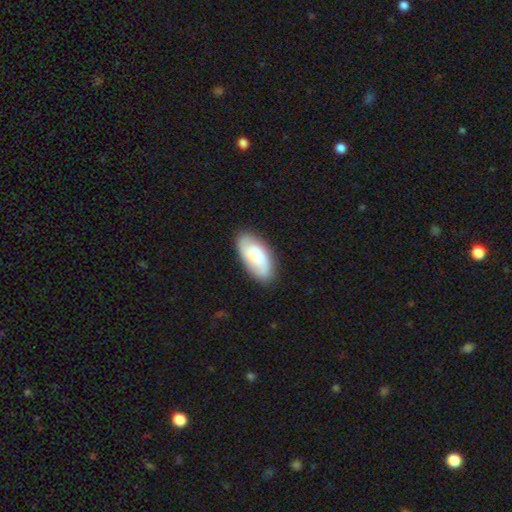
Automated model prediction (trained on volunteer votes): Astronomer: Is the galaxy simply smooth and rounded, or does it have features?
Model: smooth — 67%.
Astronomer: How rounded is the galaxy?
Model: in between — 92%.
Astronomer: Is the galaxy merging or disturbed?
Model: none — 83%.